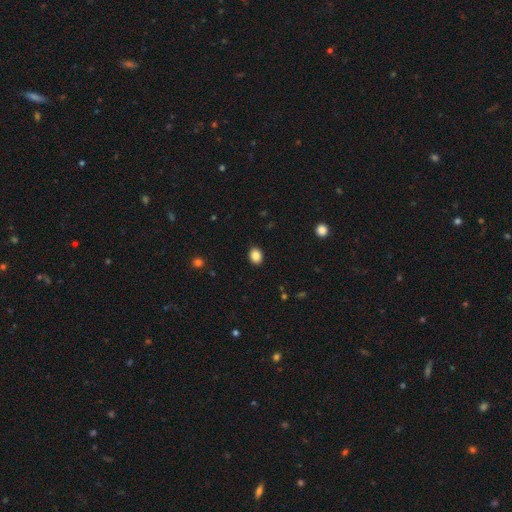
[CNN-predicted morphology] Overall: smooth (86%). How rounded: in between (58%; round 41%). Merging: none (90%).